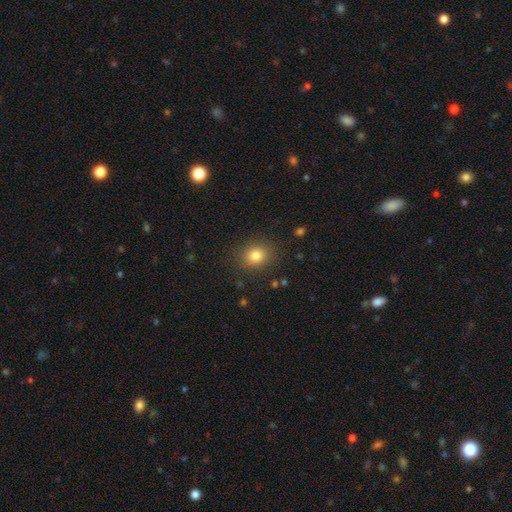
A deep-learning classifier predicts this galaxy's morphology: Smooth or featured?
  - smooth: 80% *
  - star or artifact: 12%
  - featured or disk: 8%
How rounded?
  - round: 56% *
  - in between: 43%
  - cigar-shaped: 1%
Merging?
  - none: 84% *
  - minor disturbance: 10%
  - major disturbance: 4%
  - merger: 2%